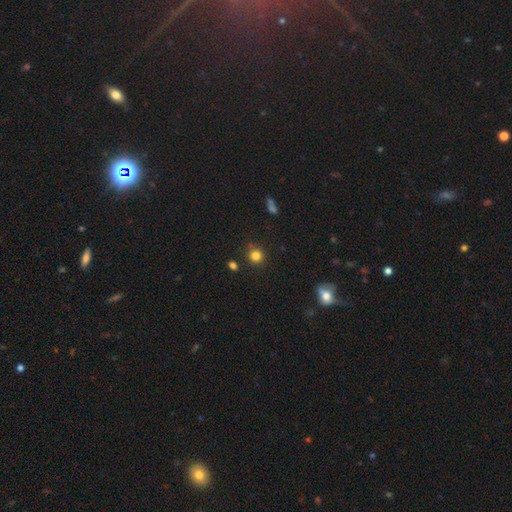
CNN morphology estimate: smooth 82%, star or artifact 13%, featured or disk 5%. Down the decision tree: how rounded — round (92%); merging — none (84%).